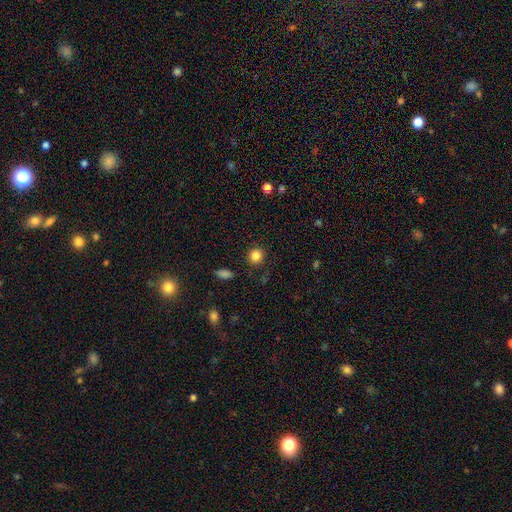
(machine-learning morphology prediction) The model was most divided on "how rounded": round: 85%, in between: 14%, cigar-shaped: 1%. More confident: merging — none (87%); smooth or featured — smooth (85%).